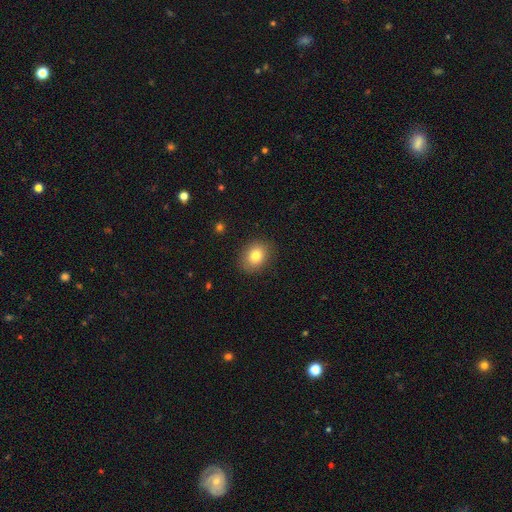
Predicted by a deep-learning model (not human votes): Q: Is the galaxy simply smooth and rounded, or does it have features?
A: smooth — 81%.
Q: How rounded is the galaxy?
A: round — 50%.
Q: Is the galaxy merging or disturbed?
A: none — 86%.